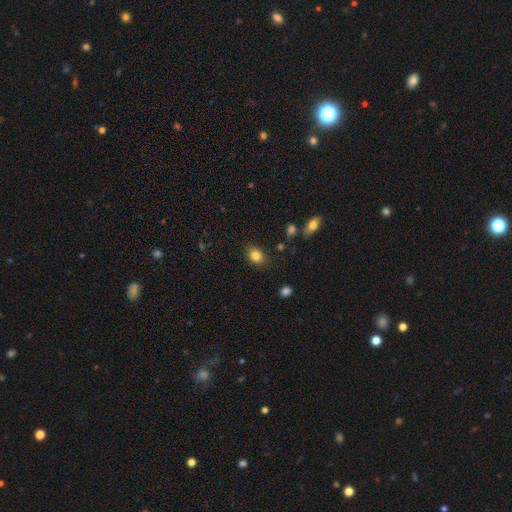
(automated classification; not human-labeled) smooth 83%, star or artifact 10%, featured or disk 7%. Down the decision tree: how rounded — in between (67%); merging — none (82%).